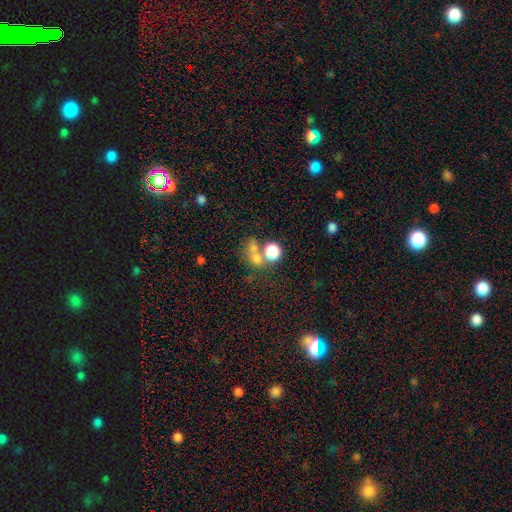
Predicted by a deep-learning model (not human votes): smooth_or_featured: smooth (p=0.66) [alt: star or artifact p=0.18]
how_rounded: round (p=0.71) [alt: in between p=0.27]
merging: merger (p=0.48) [alt: none p=0.36]